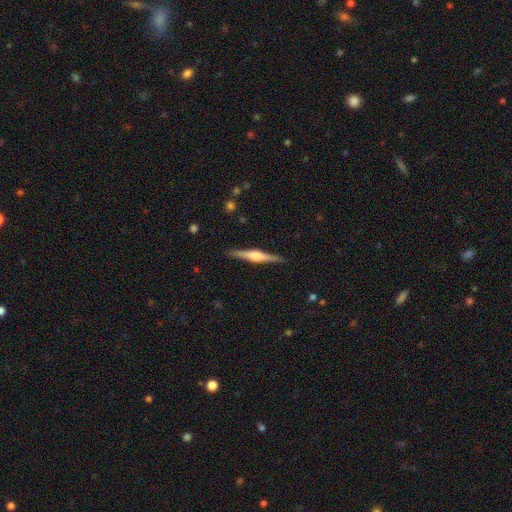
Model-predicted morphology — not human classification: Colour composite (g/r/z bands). It shows a featured or disk galaxy (74%) viewed edge-on (98%) with a rounded central bulge (71%). Merging: none (90%).